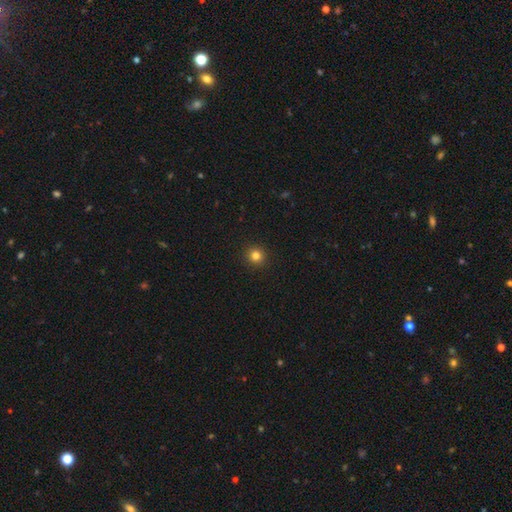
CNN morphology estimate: smooth_or_featured: smooth (p=0.82) [alt: star or artifact p=0.13]
how_rounded: round (p=0.94) [alt: in between p=0.05]
merging: none (p=0.93) [alt: minor disturbance p=0.04]